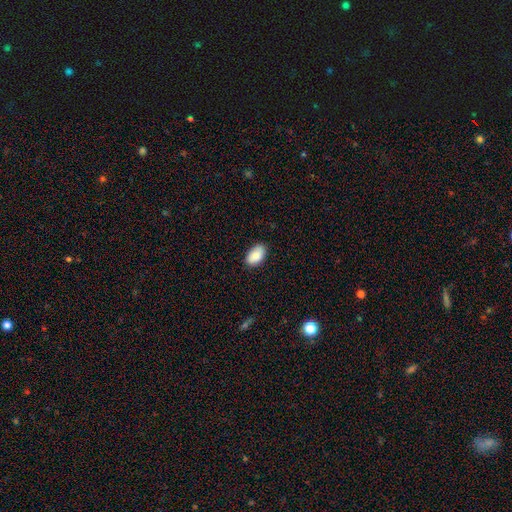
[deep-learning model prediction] Morphology: type=smooth (86%); roundness=in between (93%); merging=none (85%).